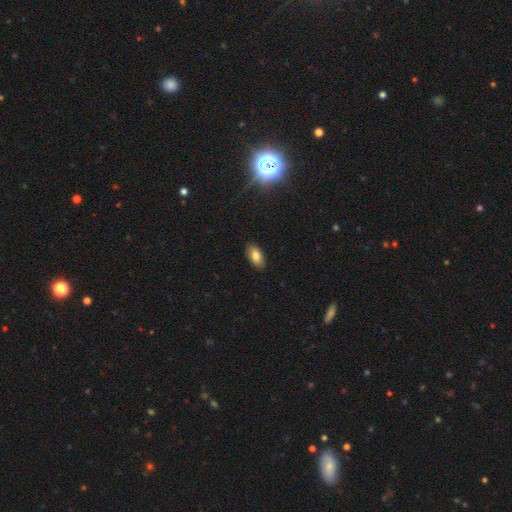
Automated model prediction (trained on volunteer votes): smooth_or_featured: smooth (p=0.82) [alt: featured or disk p=0.09]
how_rounded: in between (p=0.93) [alt: cigar-shaped p=0.04]
merging: none (p=0.88) [alt: minor disturbance p=0.09]